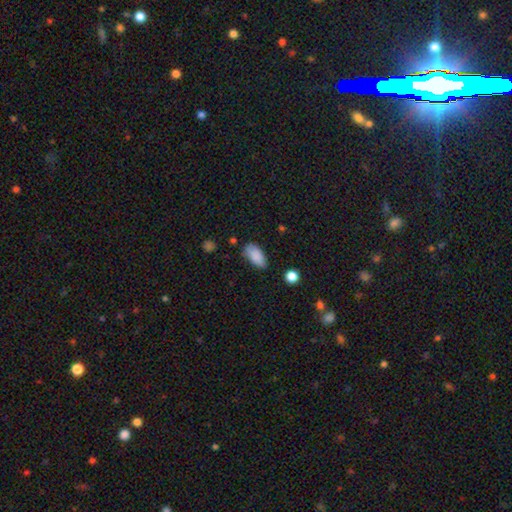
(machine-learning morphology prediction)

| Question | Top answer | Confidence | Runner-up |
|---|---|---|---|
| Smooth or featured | smooth | 87% | star or artifact (8%) |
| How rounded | in between | 92% | cigar-shaped (5%) |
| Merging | none | 72% | minor disturbance (21%) |